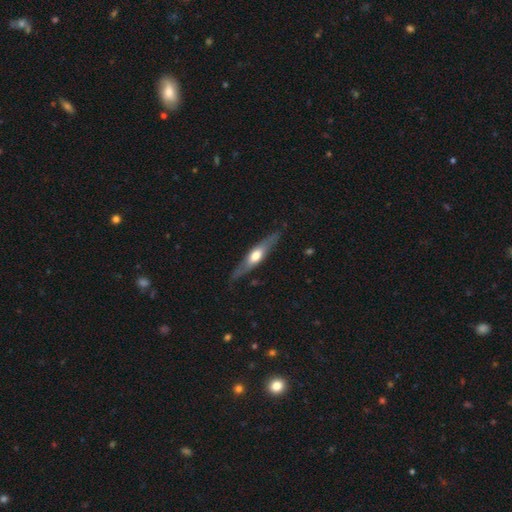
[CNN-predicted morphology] type=featured or disk (61%); edge-on=yes (90%); edge-on bulge=rounded (86%); merging=none (82%).